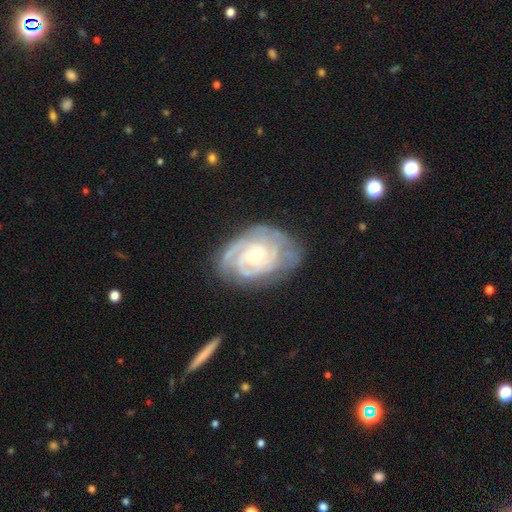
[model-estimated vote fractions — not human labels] The model was most divided on "spiral arm count": can't tell: 30%, 3: 26%, 2: 22%, 4: 11%, more than 4: 5%, 1: 5%. More confident: edge-on disk — no (97%); spiral arms — yes (96%); smooth or featured — featured or disk (87%); bar — no (73%); spiral winding — tight (71%); merging — none (69%); bulge size — small (57%).